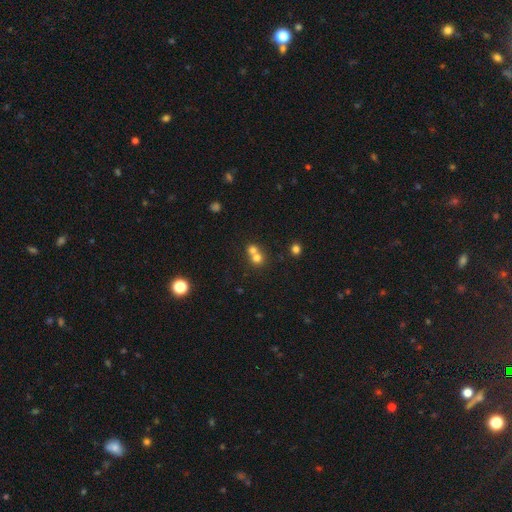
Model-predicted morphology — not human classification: type=smooth (71%); roundness=round (84%); merging=merger (60%).